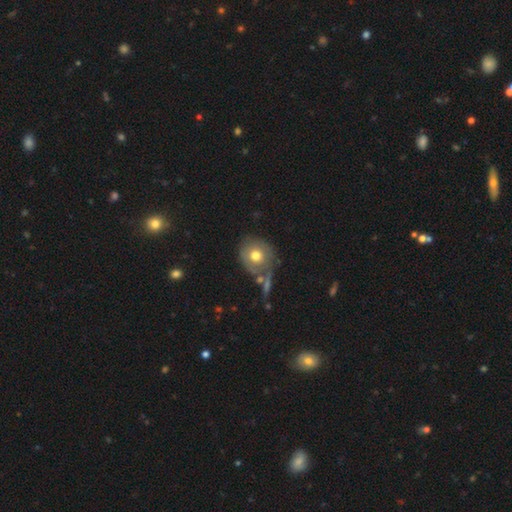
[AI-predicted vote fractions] Morphology: type=smooth (65%); roundness=round (81%); merging=none (62%).